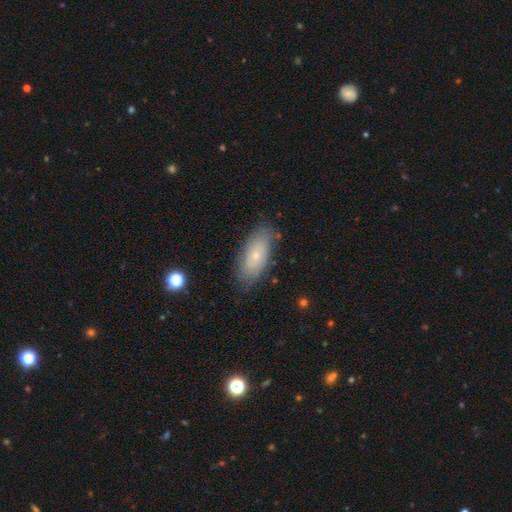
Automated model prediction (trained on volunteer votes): Smooth or featured: smooth — 57% (featured or disk — 35%)
How rounded: in between — 84% (cigar-shaped — 13%)
Merging: none — 78% (minor disturbance — 16%)